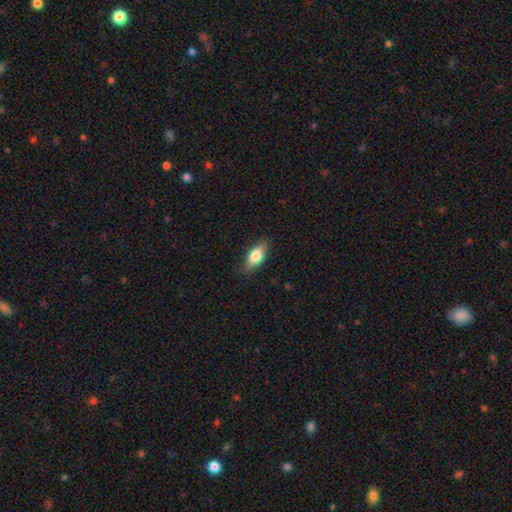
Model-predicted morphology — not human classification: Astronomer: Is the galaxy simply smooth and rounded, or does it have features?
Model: smooth — 69%.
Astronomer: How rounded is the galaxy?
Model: in between — 78%.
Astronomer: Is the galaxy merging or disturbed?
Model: none — 81%.